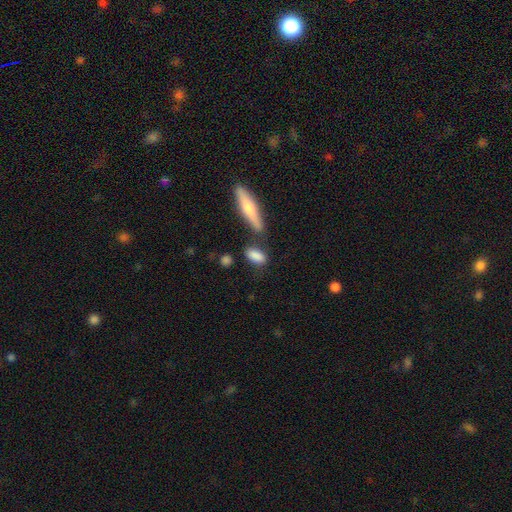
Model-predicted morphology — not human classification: Smooth or featured? Predicted: smooth (p=0.84). How rounded? Predicted: in between (p=0.74). Merging? Predicted: none (p=0.65).